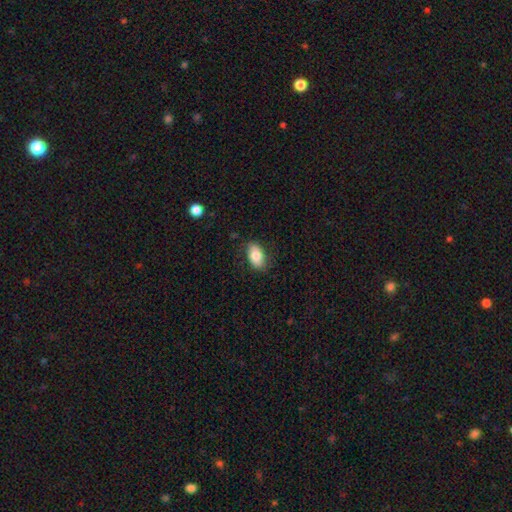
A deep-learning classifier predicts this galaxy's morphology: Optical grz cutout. It shows a smooth galaxy with no disk features (80%) that is in between round and cigar-shaped (91%). Merging: none (79%).